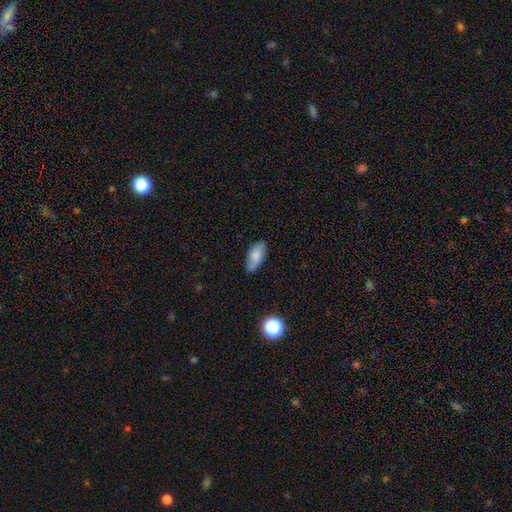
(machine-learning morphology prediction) A smooth galaxy with no disk features (77%) that is in between round and cigar-shaped (89%). Merging: none (75%).